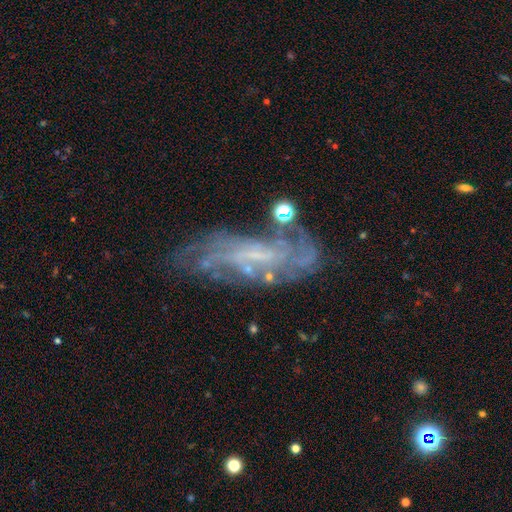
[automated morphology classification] Q: Smooth or featured?
A: featured or disk (76%); runner-up: smooth (14%)
Q: Edge-on disk?
A: no (88%); runner-up: yes (12%)
Q: Bar?
A: no (44%); runner-up: weak (38%)
Q: Spiral arms?
A: yes (82%); runner-up: no (18%)
Q: Spiral winding?
A: tight (45%); runner-up: medium (37%)
Q: Spiral arm count?
A: can't tell (47%); runner-up: 2 (18%)
Q: Bulge size?
A: none (48%); runner-up: small (37%)
Q: Merging?
A: none (58%); runner-up: minor disturbance (21%)